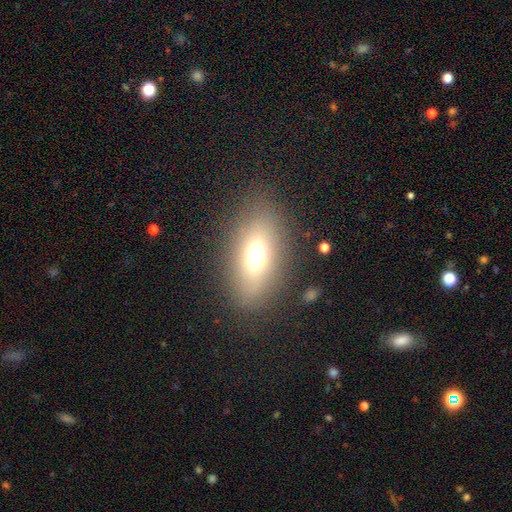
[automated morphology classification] type=smooth (61%); roundness=in between (78%); merging=none (80%).